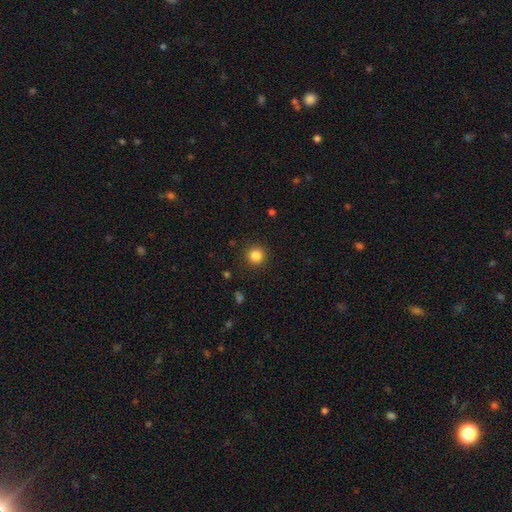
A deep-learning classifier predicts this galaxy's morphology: smooth_or_featured: smooth (p=0.84) [alt: star or artifact p=0.12]
how_rounded: round (p=0.95) [alt: in between p=0.04]
merging: none (p=0.91) [alt: minor disturbance p=0.06]